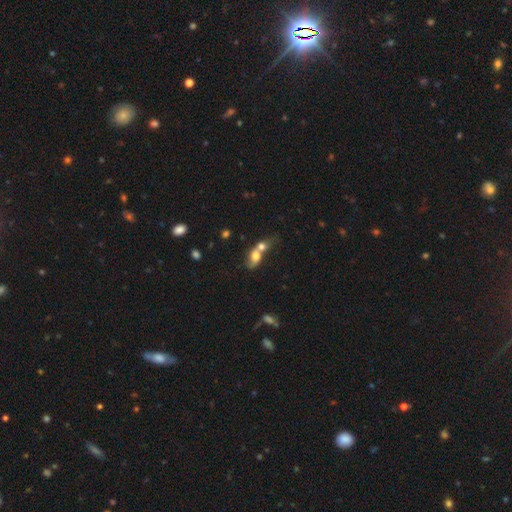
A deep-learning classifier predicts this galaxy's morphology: type=smooth (59%); roundness=in between (54%); merging=merger (76%).